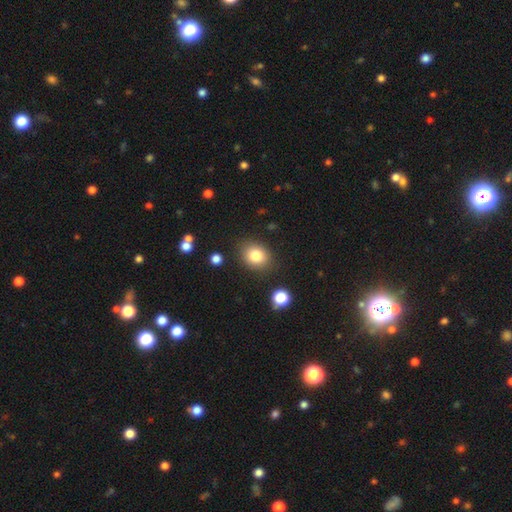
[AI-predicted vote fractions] Overall: smooth (82%). How rounded: round (55%; in between 44%). Merging: none (84%).